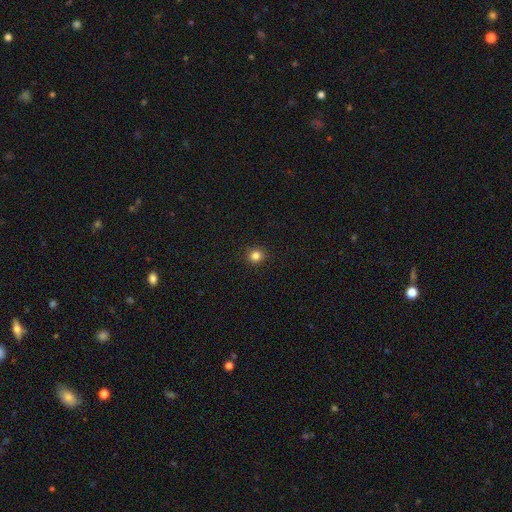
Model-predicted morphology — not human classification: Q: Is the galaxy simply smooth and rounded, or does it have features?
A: smooth — 83%.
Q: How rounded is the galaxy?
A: round — 89%.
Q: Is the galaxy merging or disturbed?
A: none — 92%.